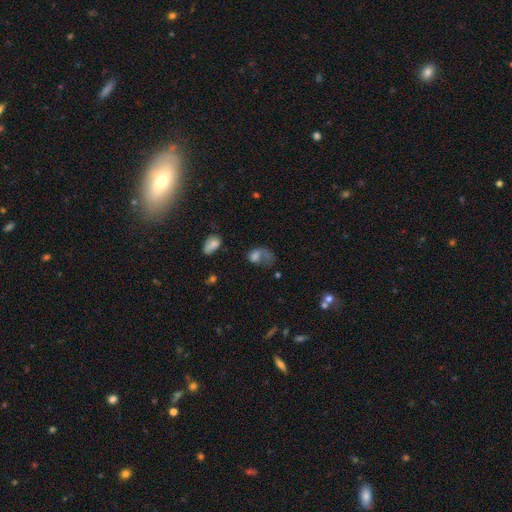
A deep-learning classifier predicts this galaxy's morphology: Overall: smooth (56%; featured or disk 31%). How rounded: in between (70%). Merging: major disturbance (53%; none 21%).